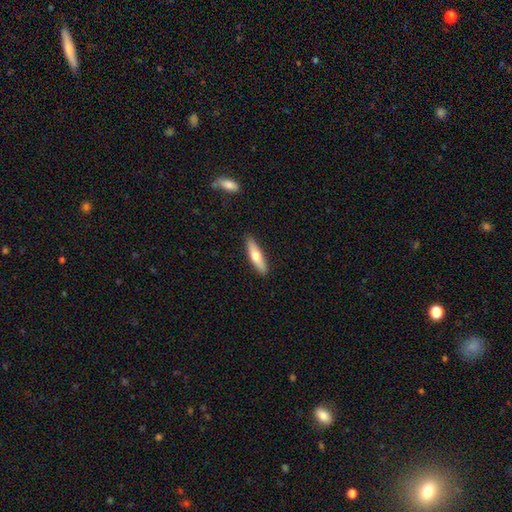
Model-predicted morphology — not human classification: type=smooth (59%); roundness=cigar-shaped (74%); merging=none (89%).